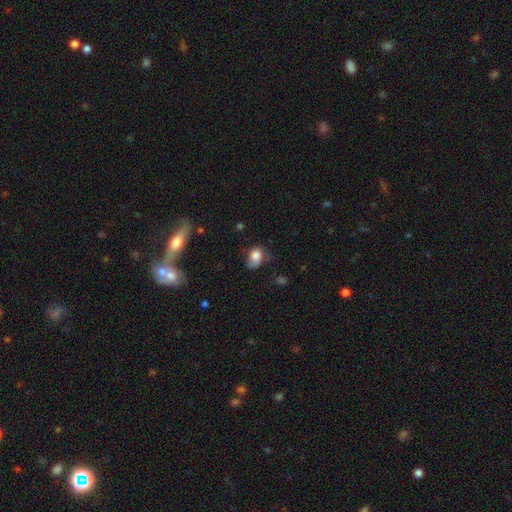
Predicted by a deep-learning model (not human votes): smooth-or-featured: smooth: 73% | featured or disk: 18% | star or artifact: 9%
  how-rounded: in between: 68% | round: 31% | cigar-shaped: 1%
  merging: none: 37% | minor disturbance: 35% | major disturbance: 26% | merger: 3%